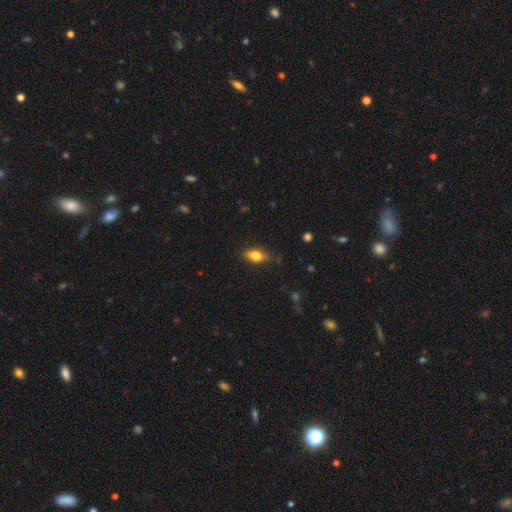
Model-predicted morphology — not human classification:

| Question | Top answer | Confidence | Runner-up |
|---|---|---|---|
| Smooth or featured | smooth | 72% | featured or disk (20%) |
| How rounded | in between | 80% | cigar-shaped (14%) |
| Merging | none | 79% | minor disturbance (16%) |